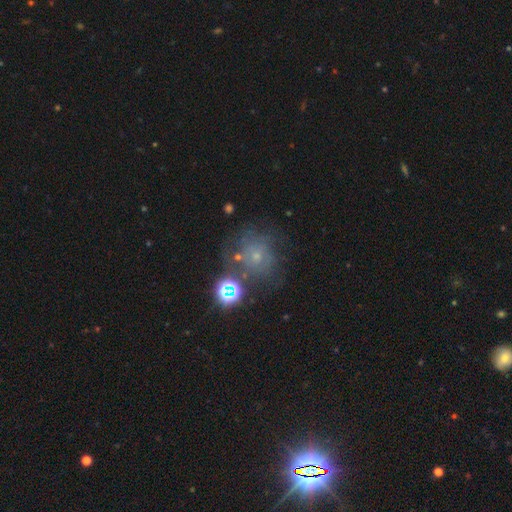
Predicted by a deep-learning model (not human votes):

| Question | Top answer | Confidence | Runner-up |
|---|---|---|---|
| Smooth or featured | smooth | 41% | featured or disk (34%) |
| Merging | none | 56% | minor disturbance (20%) |